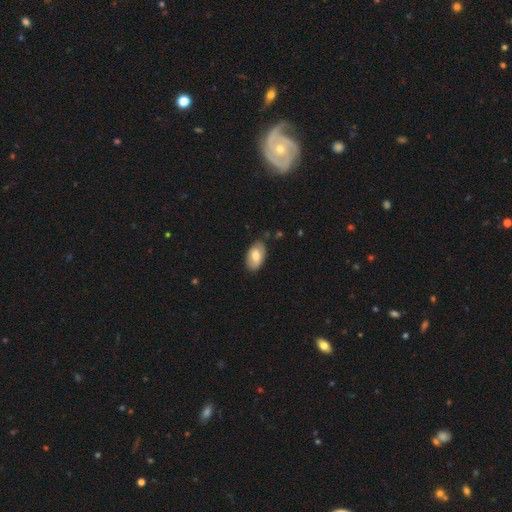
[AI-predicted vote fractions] Smooth or featured?
  - smooth: 73% *
  - featured or disk: 21%
  - star or artifact: 6%
How rounded?
  - in between: 94% *
  - round: 5%
  - cigar-shaped: 2%
Merging?
  - none: 79% *
  - minor disturbance: 17%
  - major disturbance: 3%
  - merger: 1%